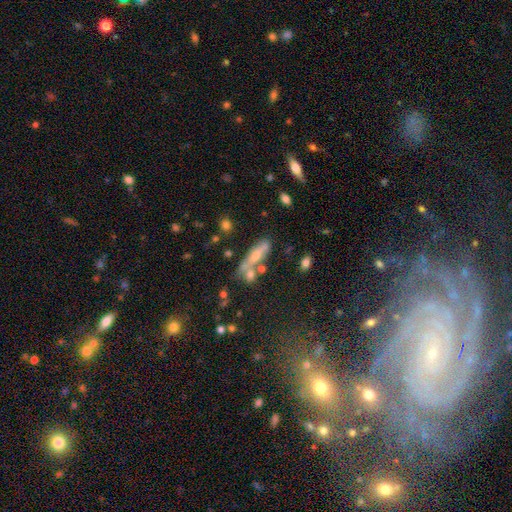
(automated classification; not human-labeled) A smooth galaxy with no disk features (50%) that is cigar-shaped (65%).

Vote fractions:
- Smooth or featured? smooth: 50% / featured or disk: 38% / star or artifact: 12%
- How rounded? cigar-shaped: 65% / in between: 30% / round: 4%
- Merging? none: 52% / merger: 23% / minor disturbance: 17% / major disturbance: 7%